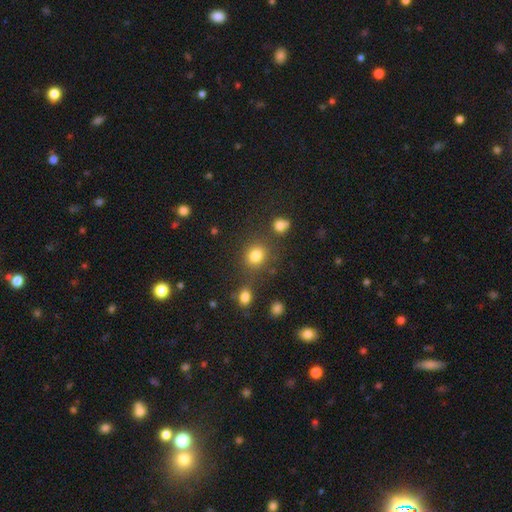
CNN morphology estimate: smooth 81%, star or artifact 13%, featured or disk 6%. Down the decision tree: how rounded — round (74%); merging — none (75%).